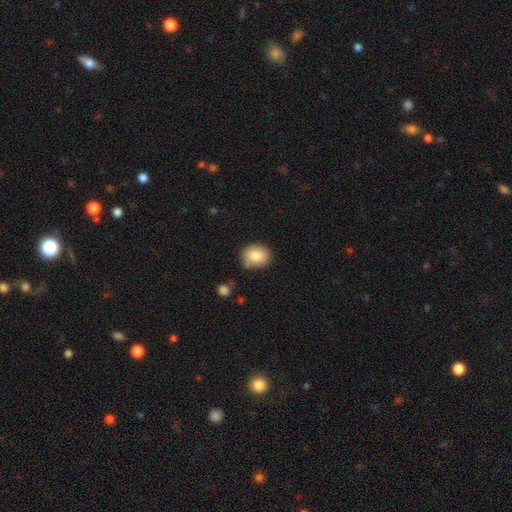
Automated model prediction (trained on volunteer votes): Q: Smooth or featured?
A: smooth (84%); runner-up: star or artifact (8%)
Q: How rounded?
A: round (67%); runner-up: in between (32%)
Q: Merging?
A: none (78%); runner-up: minor disturbance (16%)